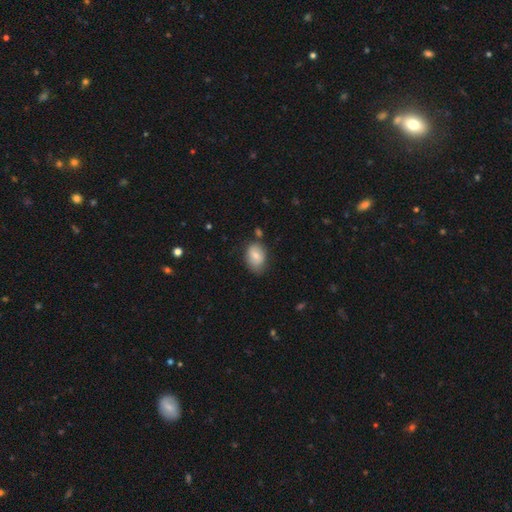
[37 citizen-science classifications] Smooth or featured: smooth — 78% (featured or disk — 14%)
How rounded: in between — 83% (round — 17%)
Merging: none — 71% (minor disturbance — 26%)